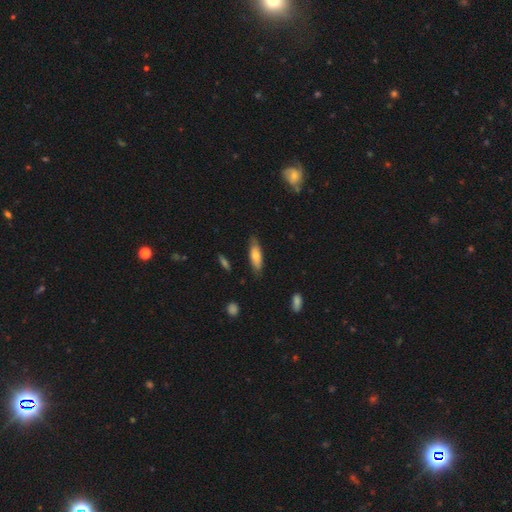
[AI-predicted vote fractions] Smooth or featured?
  - smooth: 66% *
  - featured or disk: 27%
  - star or artifact: 6%
How rounded?
  - in between: 55% *
  - cigar-shaped: 43%
  - round: 2%
Merging?
  - none: 78% *
  - minor disturbance: 17%
  - major disturbance: 3%
  - merger: 1%